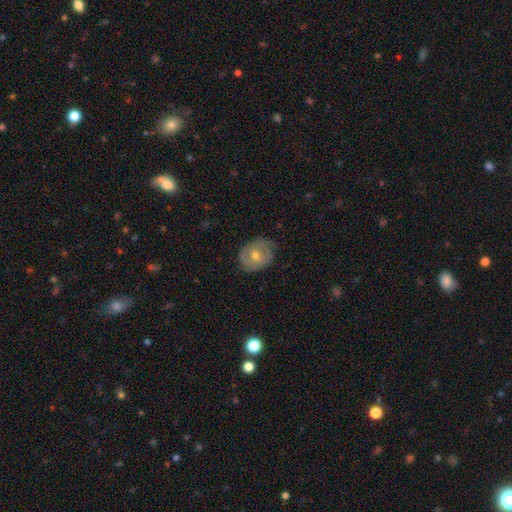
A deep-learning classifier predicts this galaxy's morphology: type=featured or disk (52%); edge-on=no (95%); merging=none (73%).